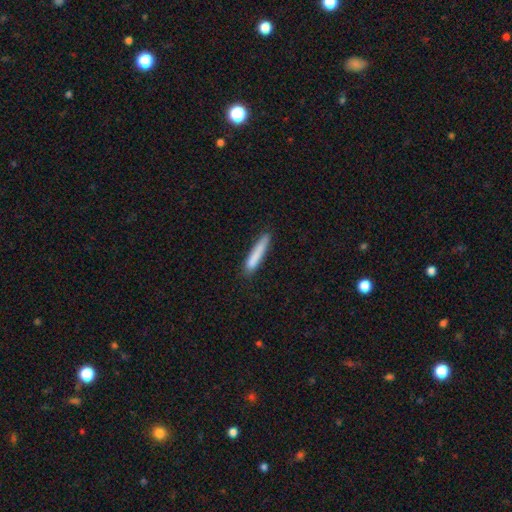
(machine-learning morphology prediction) This is clearly a smooth galaxy (81%). How rounded: clearly cigar-shaped (92%). Merging: clearly none (83%).